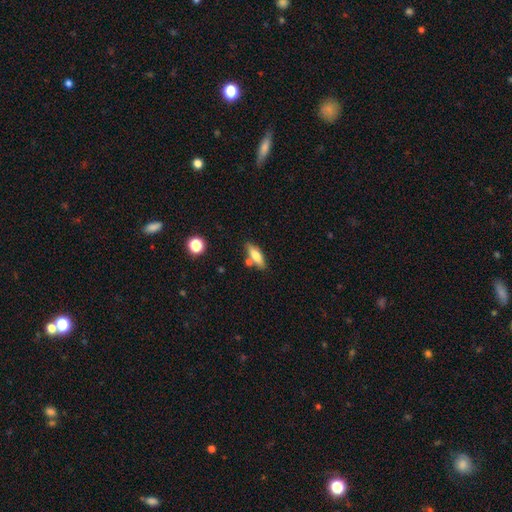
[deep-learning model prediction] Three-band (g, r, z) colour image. It shows a smooth galaxy with no disk features (65%) that is cigar-shaped (49%). Merging: none (72%).